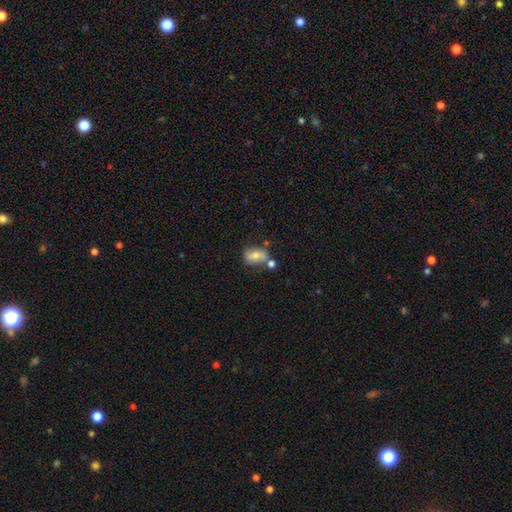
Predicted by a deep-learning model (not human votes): This is possibly a smooth galaxy (57%). How rounded: likely in between (78%). Merging: possibly none (47%).